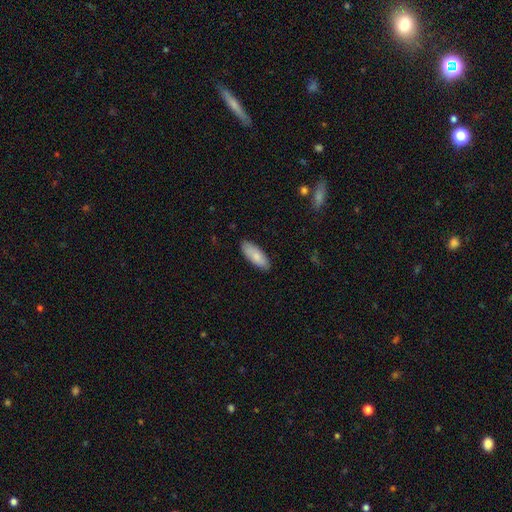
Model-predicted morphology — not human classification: The model was most divided on "how rounded": in between: 77%, cigar-shaped: 22%, round: 2%. More confident: merging — none (87%); smooth or featured — smooth (84%).